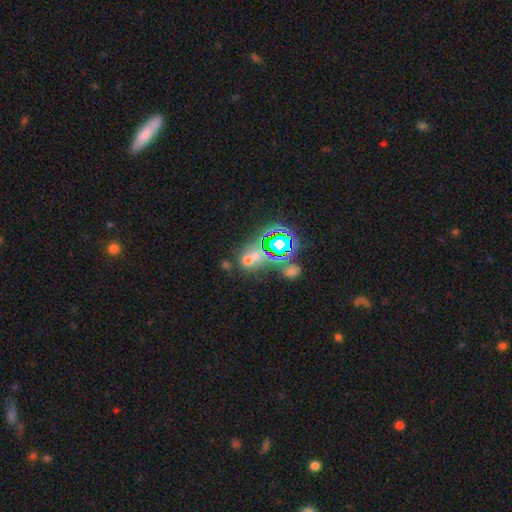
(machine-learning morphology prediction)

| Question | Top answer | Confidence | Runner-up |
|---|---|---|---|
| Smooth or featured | star or artifact | 52% | smooth (35%) |